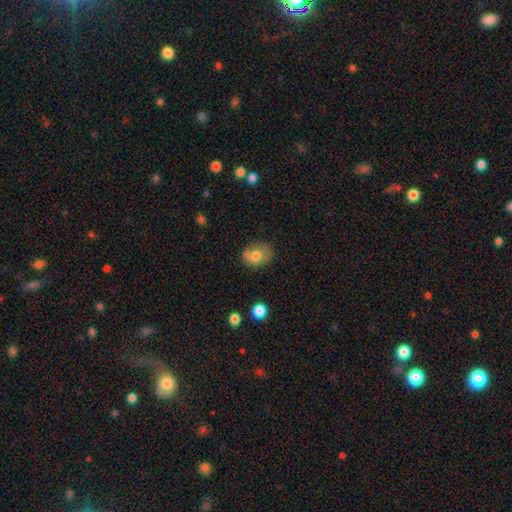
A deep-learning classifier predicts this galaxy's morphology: The model was most divided on "how rounded": in between: 61%, round: 38%, cigar-shaped: 1%. More confident: smooth or featured — smooth (72%); merging — none (69%).